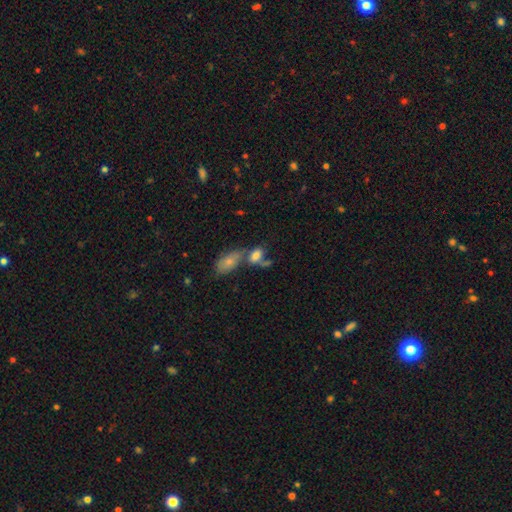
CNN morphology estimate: This is likely a smooth galaxy (65%). How rounded: clearly in between (81%). Merging: possibly merger (58%).